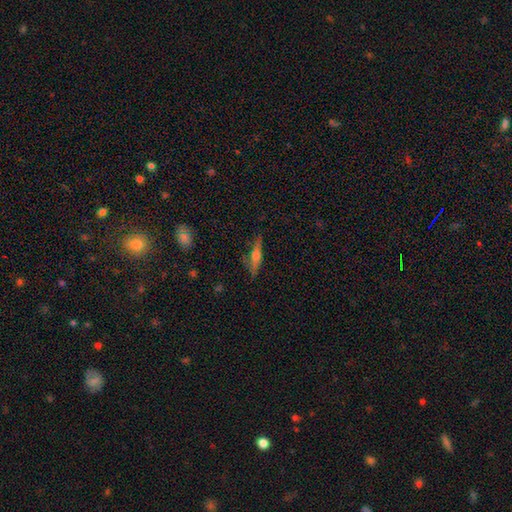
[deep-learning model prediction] This is possibly a featured or disk galaxy (47%). Merging: likely none (78%).